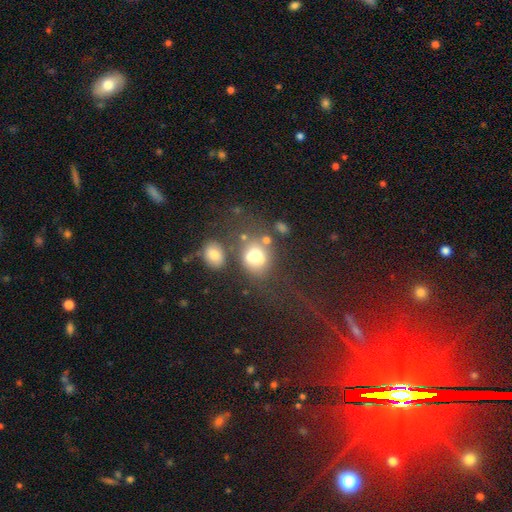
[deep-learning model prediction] A smooth galaxy with no disk features (65%) that is in between round and cigar-shaped (52%). Merging: none (37%).